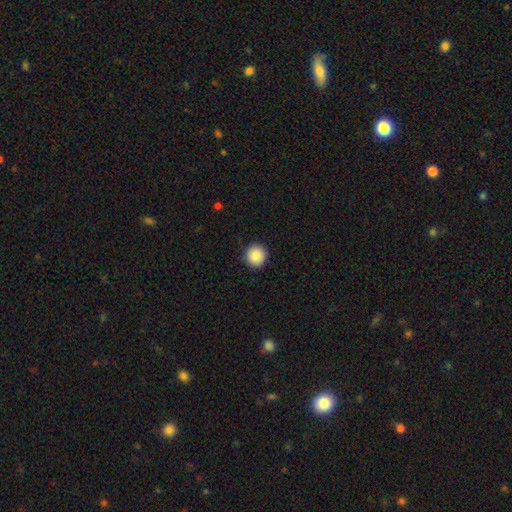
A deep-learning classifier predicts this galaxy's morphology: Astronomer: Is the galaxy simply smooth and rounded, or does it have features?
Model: smooth — 89%.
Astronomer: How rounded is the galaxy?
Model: round — 95%.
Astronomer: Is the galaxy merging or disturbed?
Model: none — 92%.